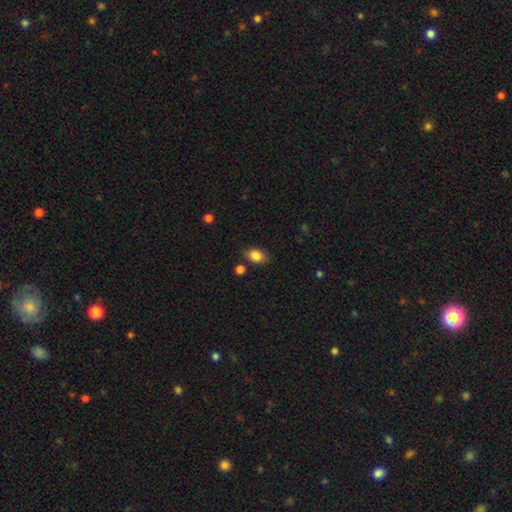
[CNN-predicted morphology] type=smooth (85%); roundness=in between (75%); merging=none (79%).